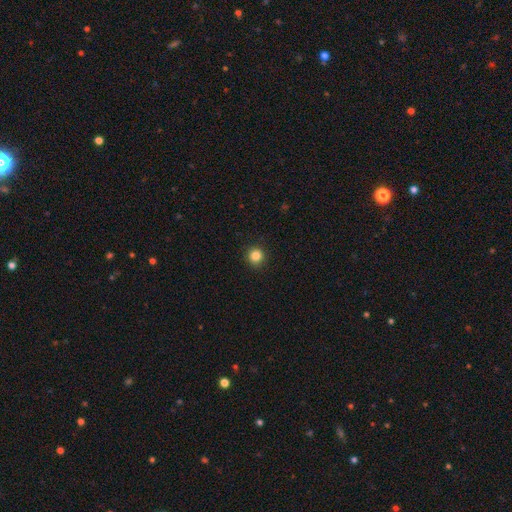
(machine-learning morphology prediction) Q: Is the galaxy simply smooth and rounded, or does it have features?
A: smooth — 86%.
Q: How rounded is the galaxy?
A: round — 94%.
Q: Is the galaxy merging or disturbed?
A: none — 92%.